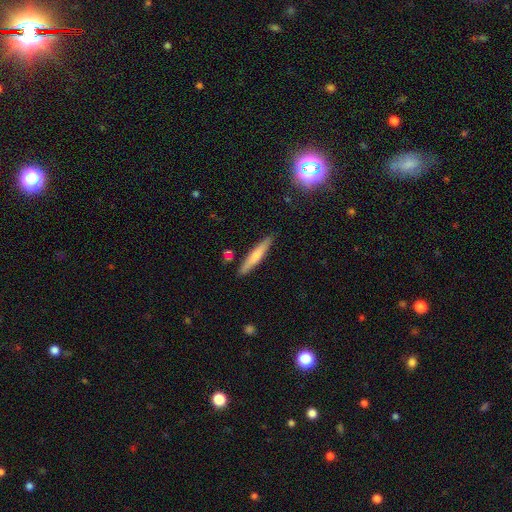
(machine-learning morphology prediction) Smooth or featured: smooth — 66% (featured or disk — 28%)
How rounded: cigar-shaped — 92% (in between — 7%)
Merging: none — 87% (minor disturbance — 9%)